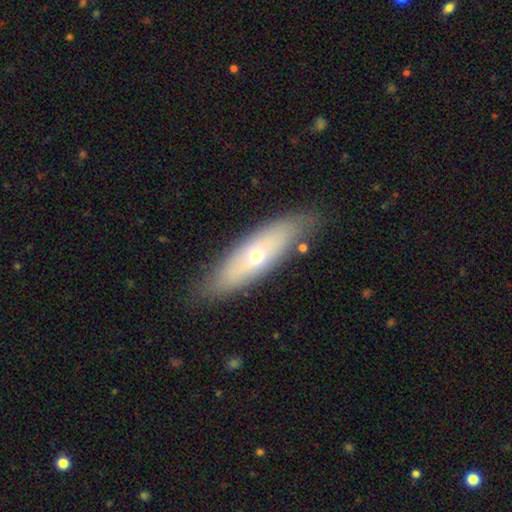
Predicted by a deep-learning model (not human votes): Morphology: type=smooth (50%); merging=none (83%).